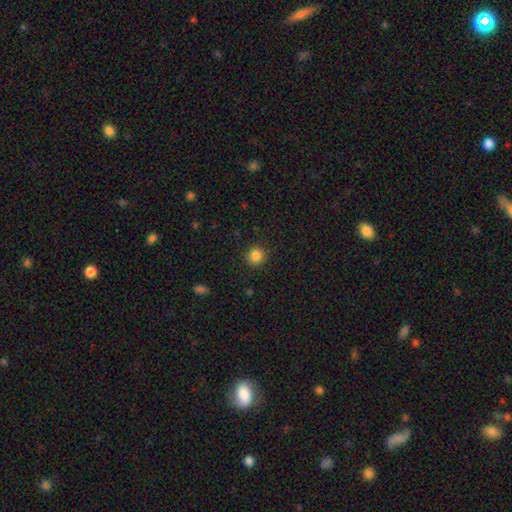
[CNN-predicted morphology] This appears to be a smooth galaxy with no disk features (85%) that is round (93%). Merging: none (92%).